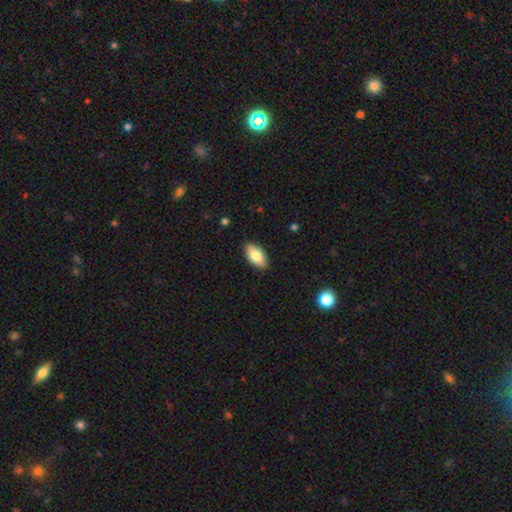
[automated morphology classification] Q: Smooth or featured?
A: smooth (81%); runner-up: featured or disk (13%)
Q: How rounded?
A: in between (92%); runner-up: cigar-shaped (5%)
Q: Merging?
A: none (88%); runner-up: minor disturbance (9%)